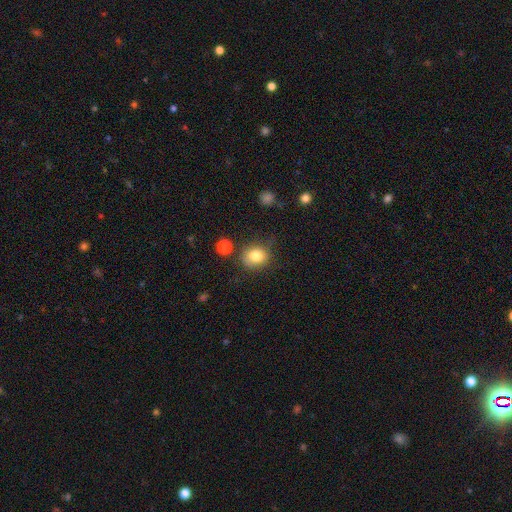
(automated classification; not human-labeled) Q: Smooth or featured?
A: smooth (81%); runner-up: star or artifact (11%)
Q: How rounded?
A: round (67%); runner-up: in between (32%)
Q: Merging?
A: none (71%); runner-up: minor disturbance (19%)